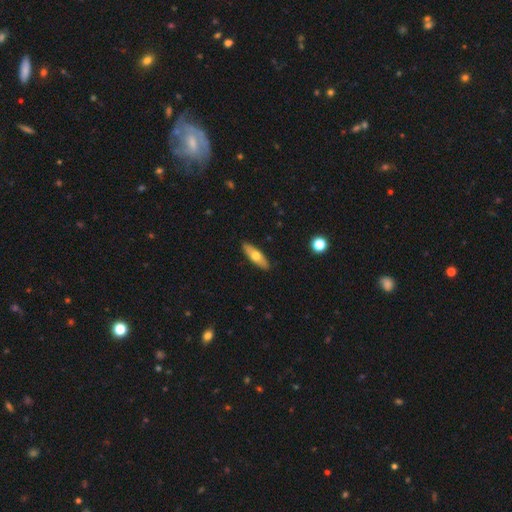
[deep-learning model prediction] A smooth galaxy with no disk features (59%) that is cigar-shaped (52%).

Vote fractions:
- Smooth or featured? smooth: 59% / featured or disk: 35% / star or artifact: 6%
- How rounded? cigar-shaped: 52% / in between: 45% / round: 3%
- Merging? none: 90% / minor disturbance: 8% / major disturbance: 2% / merger: 1%